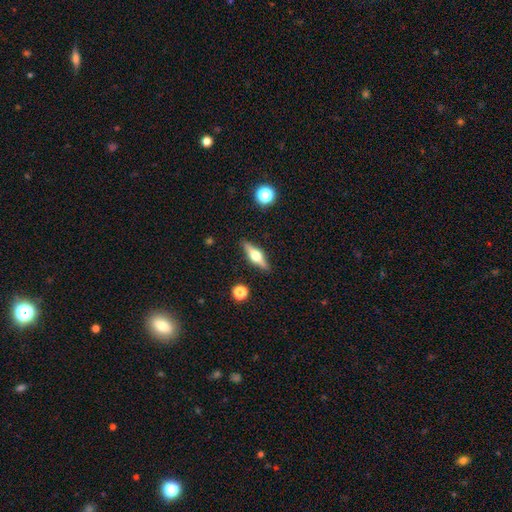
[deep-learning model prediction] featured or disk 68%, smooth 26%, star or artifact 6%. Down the decision tree: edge-on disk — yes (96%); edge-on bulge — rounded (95%); merging — none (89%).